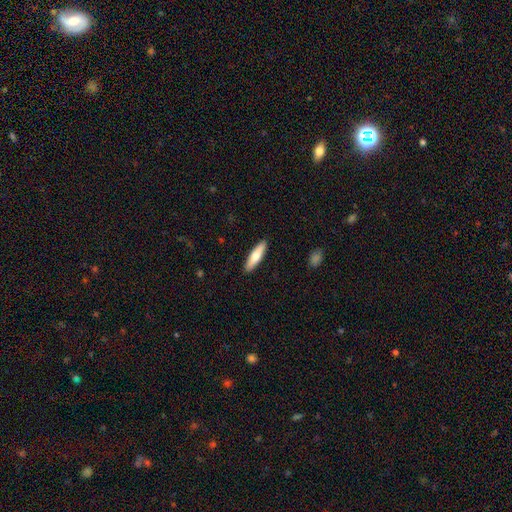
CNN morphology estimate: smooth-or-featured: smooth: 70% | featured or disk: 25% | star or artifact: 5%
  how-rounded: cigar-shaped: 73% | in between: 26% | round: 2%
  merging: none: 91% | minor disturbance: 7% | major disturbance: 1% | merger: 1%